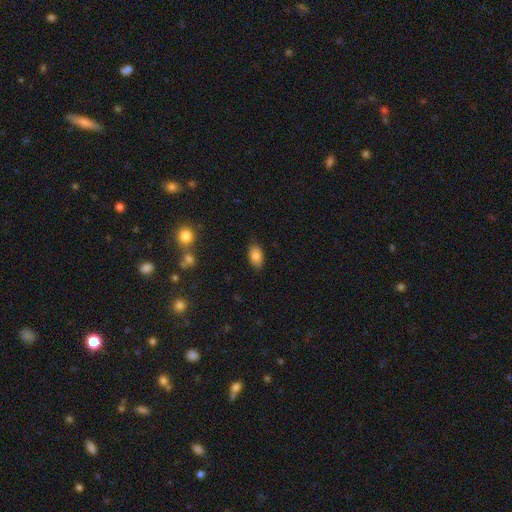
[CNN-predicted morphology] Overall: smooth (84%). How rounded: in between (91%). Merging: none (84%).